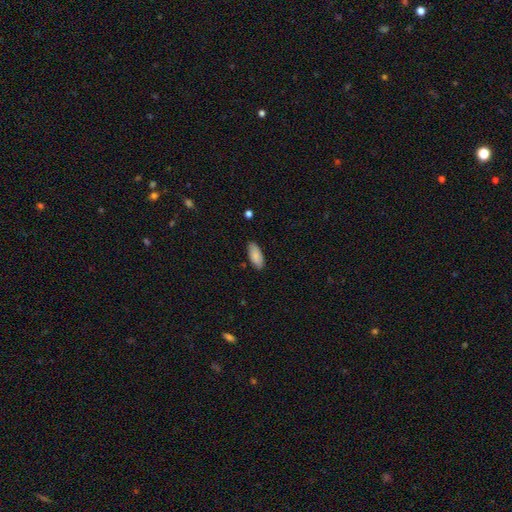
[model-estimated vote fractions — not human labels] A smooth galaxy with no disk features (87%) that is in between round and cigar-shaped (84%). Merging: none (84%).